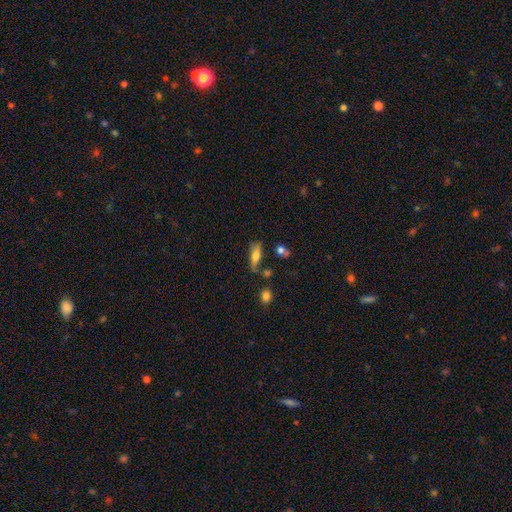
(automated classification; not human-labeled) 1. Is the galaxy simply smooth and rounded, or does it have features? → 65% smooth, 27% featured or disk, 8% star or artifact.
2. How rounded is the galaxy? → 55% in between, 41% cigar-shaped, 3% round.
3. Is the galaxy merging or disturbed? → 58% none, 24% minor disturbance, 9% merger, 9% major disturbance.